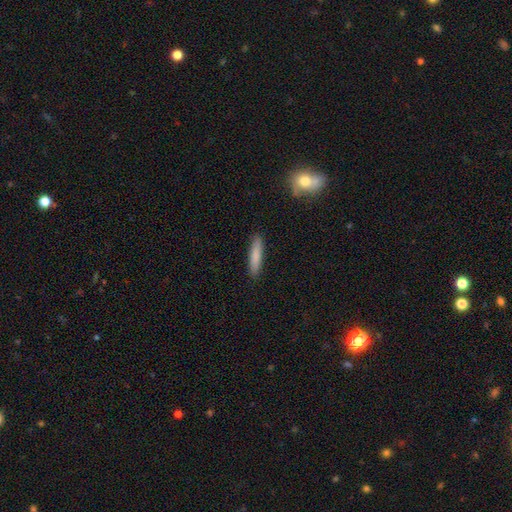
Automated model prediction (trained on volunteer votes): Smooth or featured: smooth — 83% (featured or disk — 11%)
How rounded: cigar-shaped — 87% (in between — 12%)
Merging: none — 90% (minor disturbance — 7%)